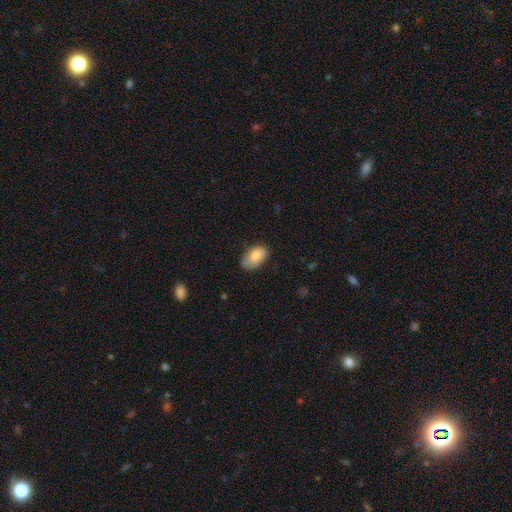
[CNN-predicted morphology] Smooth or featured?
  - smooth: 80% *
  - featured or disk: 13%
  - star or artifact: 7%
How rounded?
  - in between: 92% *
  - round: 7%
  - cigar-shaped: 1%
Merging?
  - none: 65% *
  - minor disturbance: 28%
  - major disturbance: 6%
  - merger: 2%